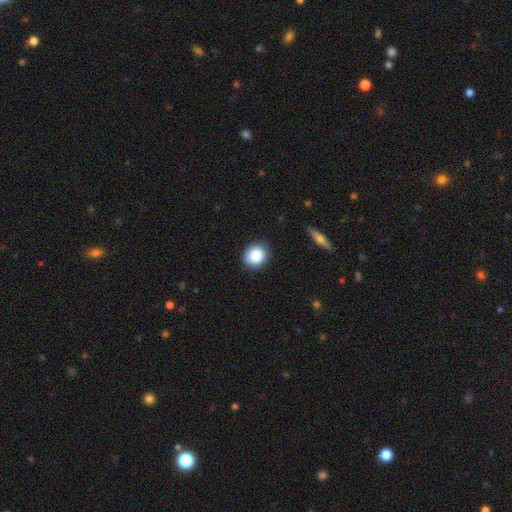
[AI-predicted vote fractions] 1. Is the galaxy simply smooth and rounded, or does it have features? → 86% smooth, 9% star or artifact, 5% featured or disk.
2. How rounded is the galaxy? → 78% round, 21% in between, 1% cigar-shaped.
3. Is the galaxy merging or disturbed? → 88% none, 9% minor disturbance, 2% major disturbance, 1% merger.